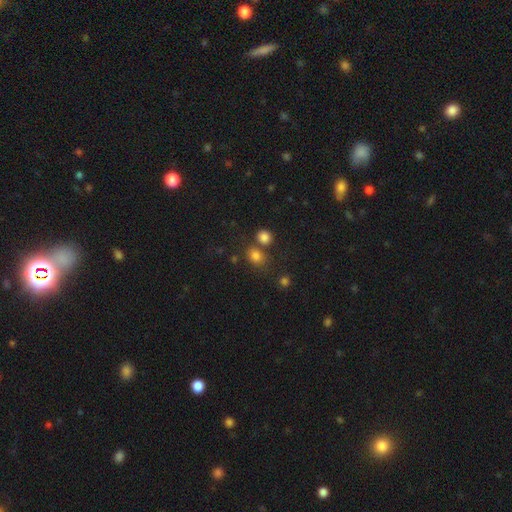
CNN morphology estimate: This is likely a smooth galaxy (79%). How rounded: possibly round (58%). Merging: likely none (61%).